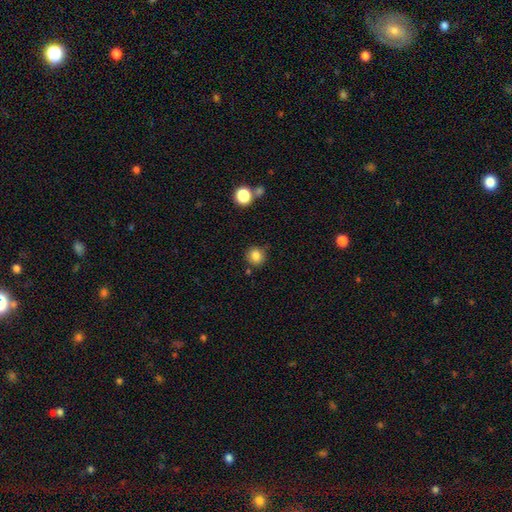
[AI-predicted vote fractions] smooth 84%, star or artifact 11%, featured or disk 5%. Down the decision tree: how rounded — round (90%); merging — none (83%).